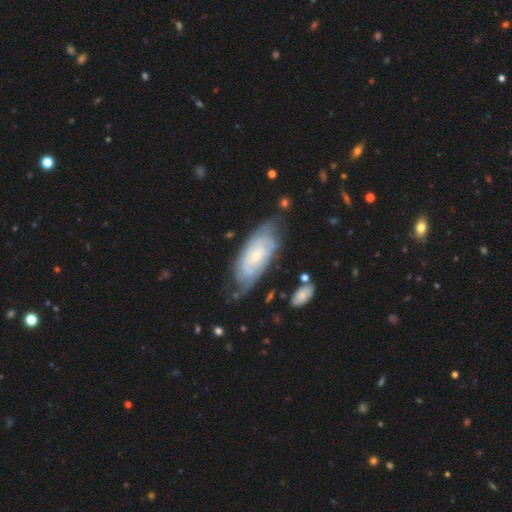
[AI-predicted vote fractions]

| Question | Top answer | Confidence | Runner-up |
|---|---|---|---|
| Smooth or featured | featured or disk | 81% | smooth (13%) |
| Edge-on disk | no | 93% | yes (7%) |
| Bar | no | 65% | weak (28%) |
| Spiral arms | yes | 94% | no (6%) |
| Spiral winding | tight | 71% | medium (23%) |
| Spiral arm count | can't tell | 45% | 2 (25%) |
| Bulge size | small | 72% | moderate (24%) |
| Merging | none | 64% | minor disturbance (24%) |